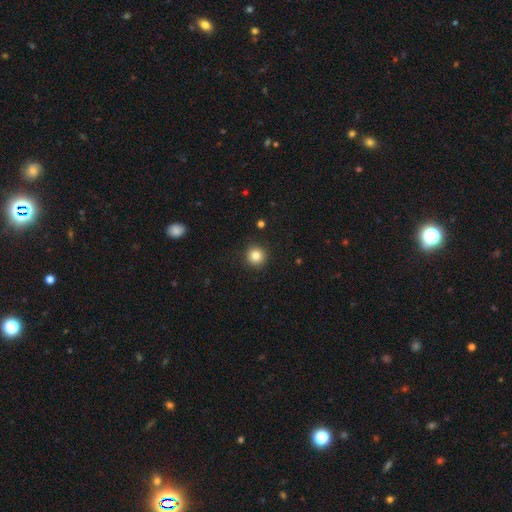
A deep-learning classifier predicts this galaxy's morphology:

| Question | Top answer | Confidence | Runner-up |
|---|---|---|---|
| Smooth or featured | smooth | 84% | star or artifact (11%) |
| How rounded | round | 95% | in between (4%) |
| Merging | none | 92% | minor disturbance (5%) |